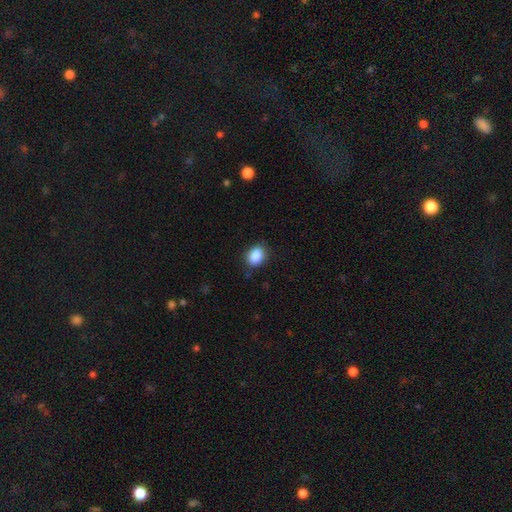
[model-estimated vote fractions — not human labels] Smooth or featured? smooth (88%)
How rounded? in between (71%)
Merging? none (81%)